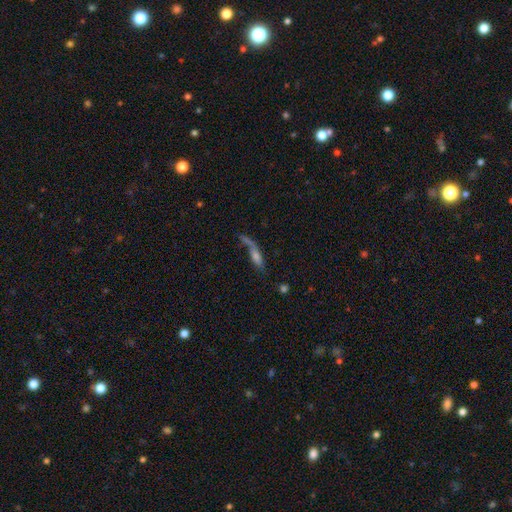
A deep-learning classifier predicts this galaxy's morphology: The model was most divided on "merging": none: 34%, major disturbance: 30%, minor disturbance: 20%, merger: 16%. Remaining: smooth or featured — smooth (48%).